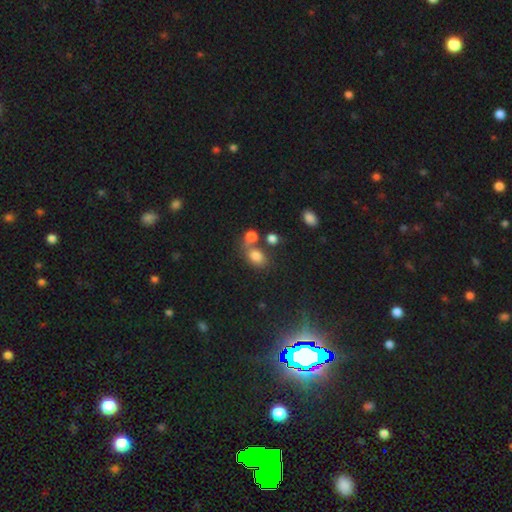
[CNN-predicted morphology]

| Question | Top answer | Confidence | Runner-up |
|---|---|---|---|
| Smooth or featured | smooth | 77% | star or artifact (13%) |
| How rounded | in between | 64% | round (35%) |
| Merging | none | 44% | merger (36%) |